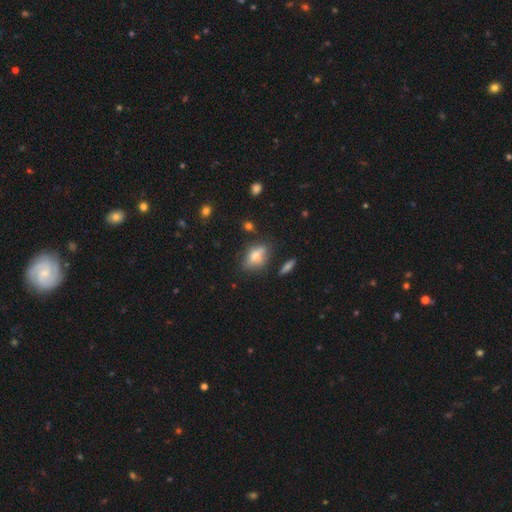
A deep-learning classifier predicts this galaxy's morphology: Overall: smooth (59%; featured or disk 30%). How rounded: in between (72%). Merging: none (64%).